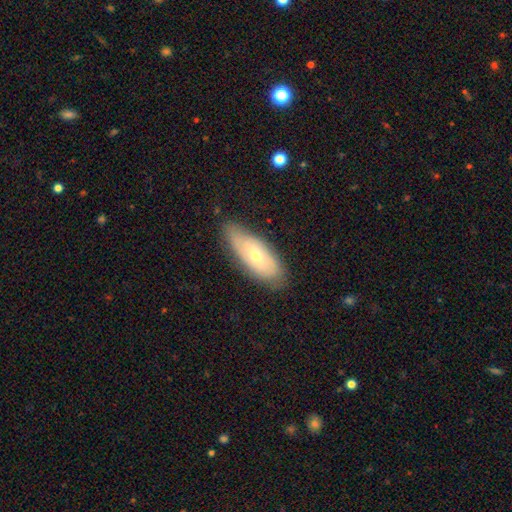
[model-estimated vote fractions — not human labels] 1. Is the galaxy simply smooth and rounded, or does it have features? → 49% smooth, 45% featured or disk, 7% star or artifact.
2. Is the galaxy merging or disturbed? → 76% none, 19% minor disturbance, 4% major disturbance, 1% merger.